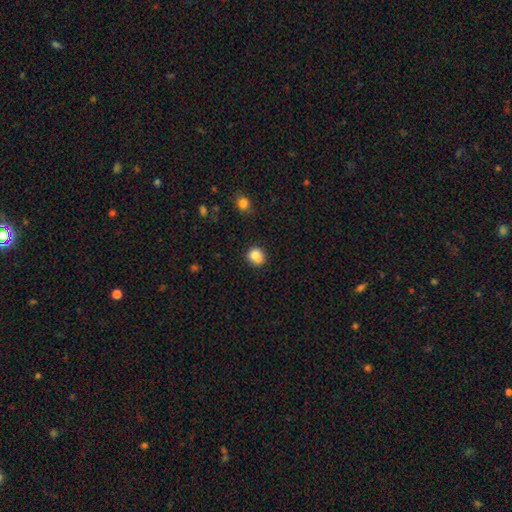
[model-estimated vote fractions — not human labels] This is likely a smooth galaxy (80%). How rounded: likely round (72%). Merging: possibly none (52%).